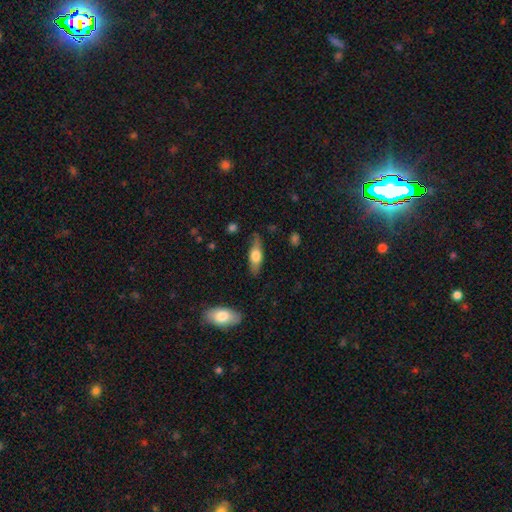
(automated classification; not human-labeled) The model was most divided on "smooth or featured": smooth: 54%, featured or disk: 40%, star or artifact: 6%. More confident: merging — none (80%); how rounded — in between (56%).